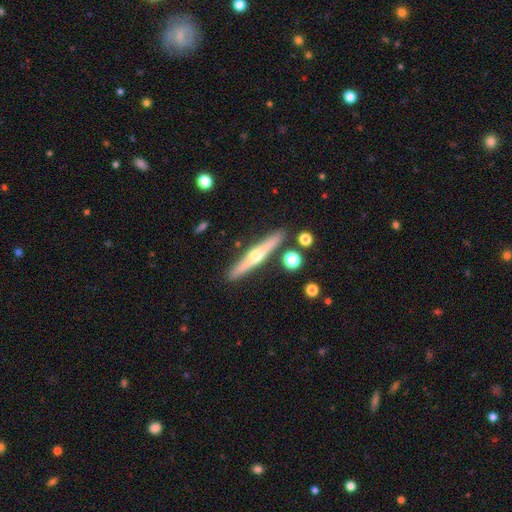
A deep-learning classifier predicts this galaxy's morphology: Smooth or featured: featured or disk — 69% (smooth — 25%)
Edge-on disk: yes — 97% (no — 3%)
Edge-on bulge: rounded — 91% (none — 7%)
Merging: none — 88% (minor disturbance — 7%)